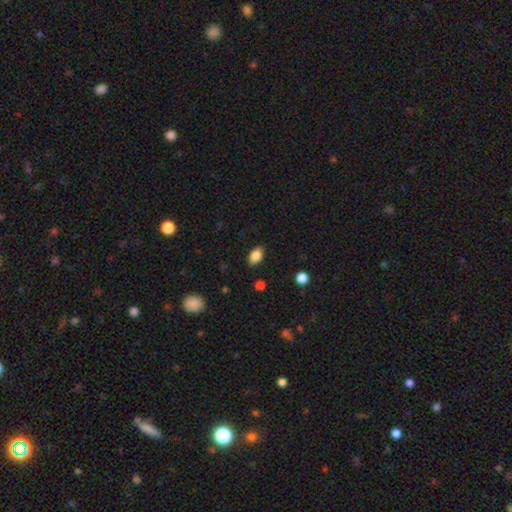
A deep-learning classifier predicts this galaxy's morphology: smooth 86%, star or artifact 8%, featured or disk 6%. Down the decision tree: how rounded — in between (89%); merging — none (86%).